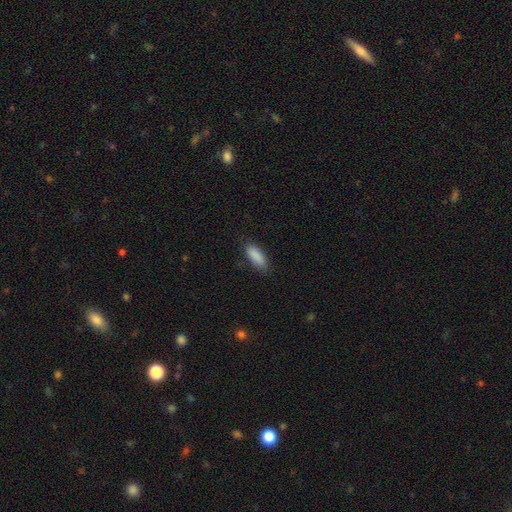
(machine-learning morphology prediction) type=smooth (89%); roundness=in between (73%); merging=none (82%).